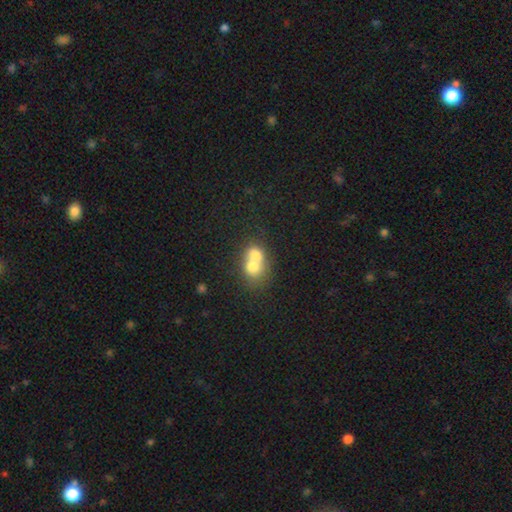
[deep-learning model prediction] smooth_or_featured: smooth (p=0.68) [alt: featured or disk p=0.22]
how_rounded: round (p=0.56) [alt: in between p=0.43]
merging: merger (p=0.74) [alt: none p=0.17]